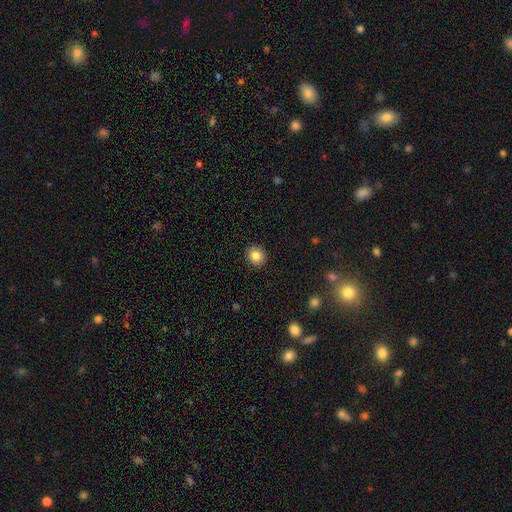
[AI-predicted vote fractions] smooth 84%, star or artifact 10%, featured or disk 6%. Down the decision tree: how rounded — round (85%); merging — none (92%).